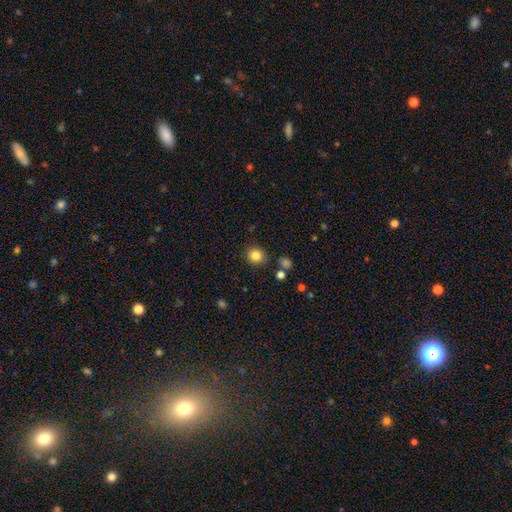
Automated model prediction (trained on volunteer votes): Smooth or featured?
  - smooth: 83% *
  - star or artifact: 11%
  - featured or disk: 5%
How rounded?
  - round: 85% *
  - in between: 14%
  - cigar-shaped: 1%
Merging?
  - none: 85% *
  - minor disturbance: 9%
  - merger: 3%
  - major disturbance: 3%